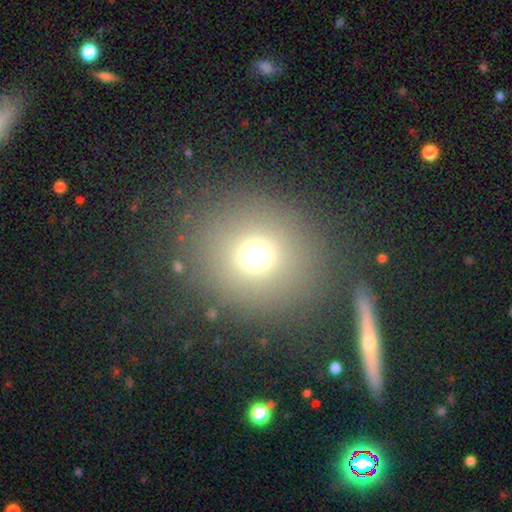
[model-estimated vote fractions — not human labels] The model was most divided on "smooth or featured": smooth: 70%, star or artifact: 18%, featured or disk: 13%. More confident: how rounded — round (83%); merging — none (79%).